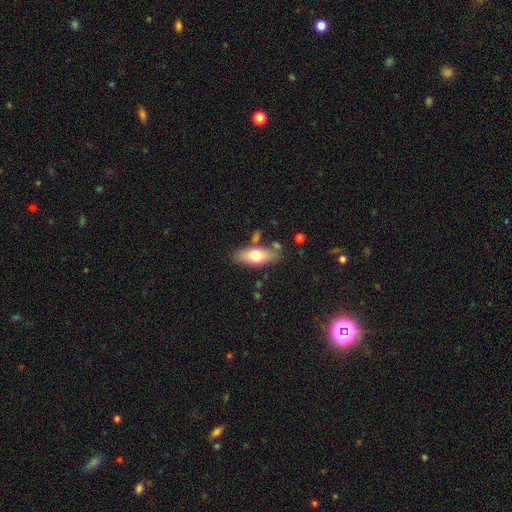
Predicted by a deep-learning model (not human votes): The model was most divided on "smooth or featured": smooth: 66%, featured or disk: 27%, star or artifact: 6%. More confident: how rounded — in between (78%); merging — none (73%).